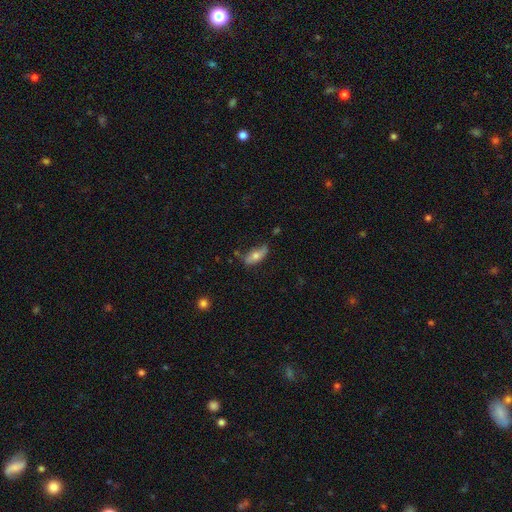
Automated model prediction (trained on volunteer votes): This appears to be a smooth galaxy with no disk features (61%) that is in between round and cigar-shaped (77%). Merging: none (59%).